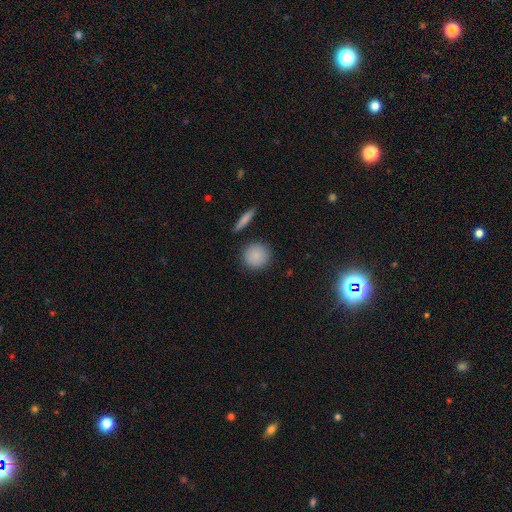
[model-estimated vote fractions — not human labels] smooth-or-featured: smooth: 86% | star or artifact: 8% | featured or disk: 6%
  how-rounded: round: 91% | in between: 8% | cigar-shaped: 1%
  merging: none: 87% | minor disturbance: 8% | merger: 3% | major disturbance: 2%